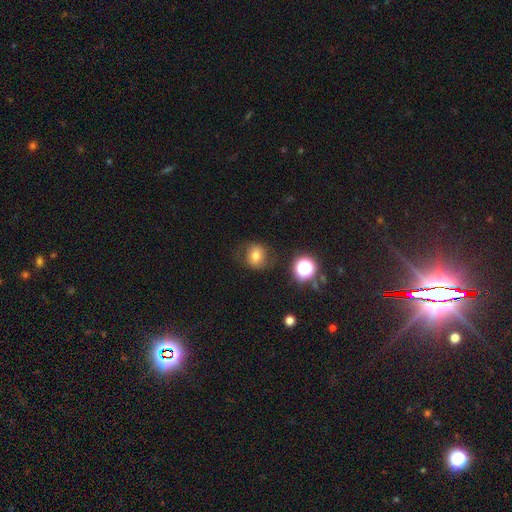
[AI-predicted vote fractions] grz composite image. It shows a smooth galaxy with no disk features (66%) that is round (75%). Merging: none (70%).